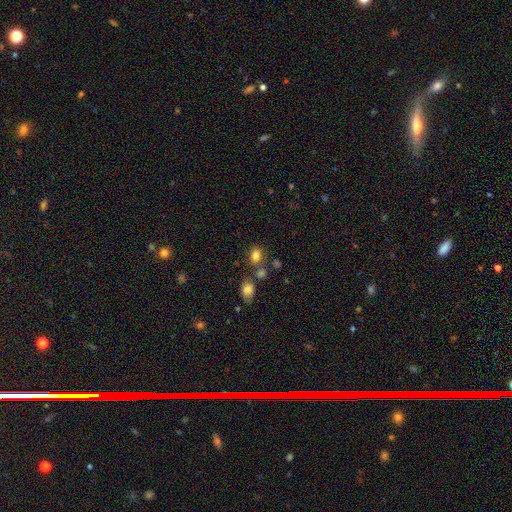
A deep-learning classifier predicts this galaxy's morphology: Overall: smooth (81%). How rounded: in between (61%; round 38%). Merging: none (68%).